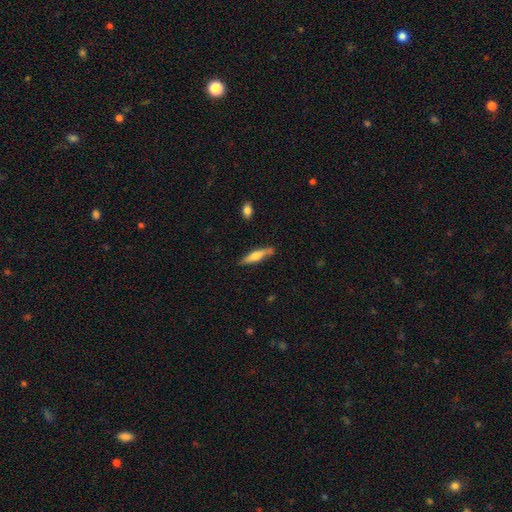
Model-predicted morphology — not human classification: Smooth or featured: smooth — 54% (featured or disk — 40%)
How rounded: cigar-shaped — 77% (in between — 21%)
Merging: none — 77% (minor disturbance — 17%)